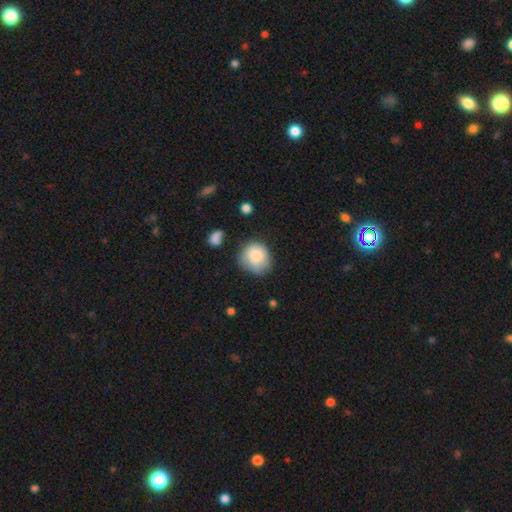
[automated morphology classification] smooth-or-featured: smooth: 82% | featured or disk: 10% | star or artifact: 8%
  how-rounded: round: 77% | in between: 22% | cigar-shaped: 1%
  merging: none: 60% | minor disturbance: 28% | major disturbance: 8% | merger: 4%